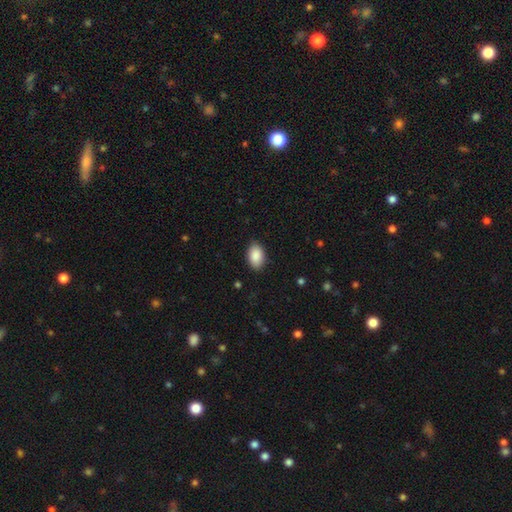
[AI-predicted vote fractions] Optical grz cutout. It shows a smooth galaxy with no disk features (90%) that is in between round and cigar-shaped (93%). Merging: none (87%).